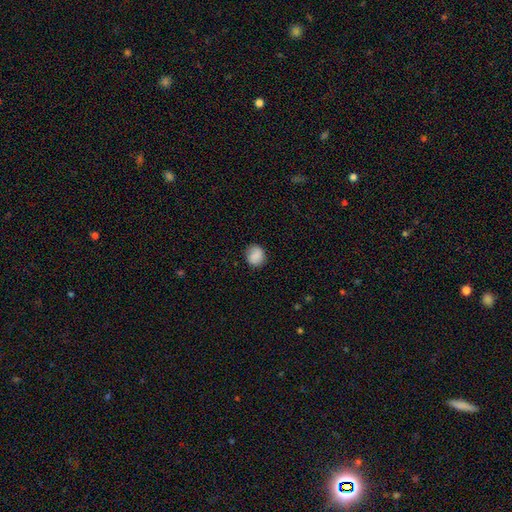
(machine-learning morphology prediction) The model was most divided on "how rounded": round: 82%, in between: 17%, cigar-shaped: 1%. More confident: smooth or featured — smooth (86%); merging — none (85%).